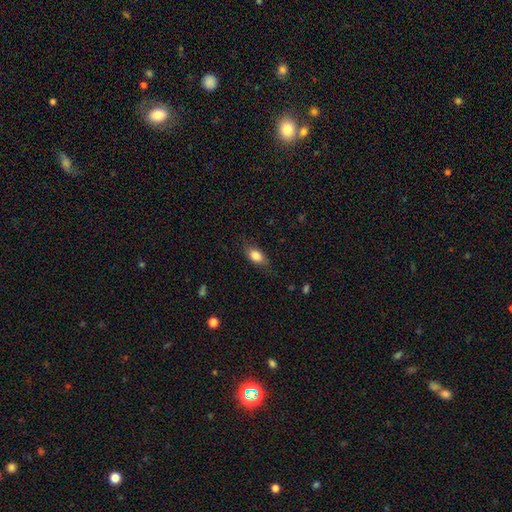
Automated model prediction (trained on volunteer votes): Smooth or featured? Predicted: smooth (p=0.80). How rounded? Predicted: in between (p=0.83). Merging? Predicted: none (p=0.74).